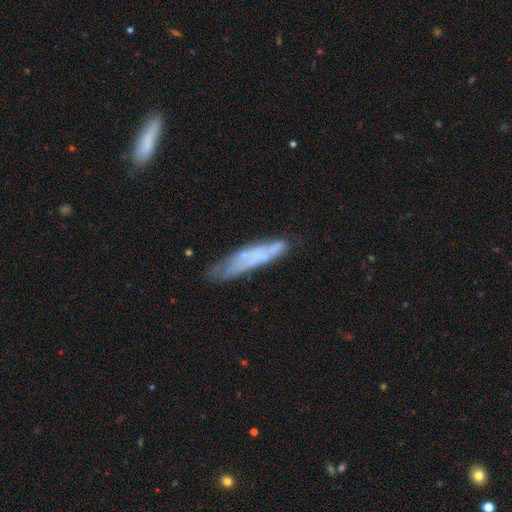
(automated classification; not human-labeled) smooth-or-featured: featured or disk: 48% | smooth: 43% | star or artifact: 9%
  merging: none: 63% | minor disturbance: 24% | major disturbance: 8% | merger: 5%